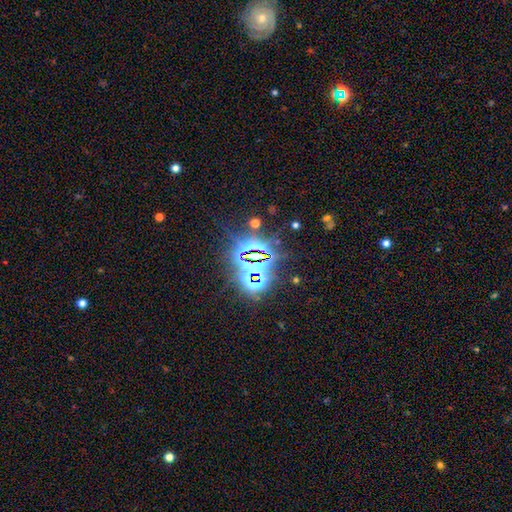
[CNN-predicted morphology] Smooth or featured? Predicted: star or artifact (p=0.83).